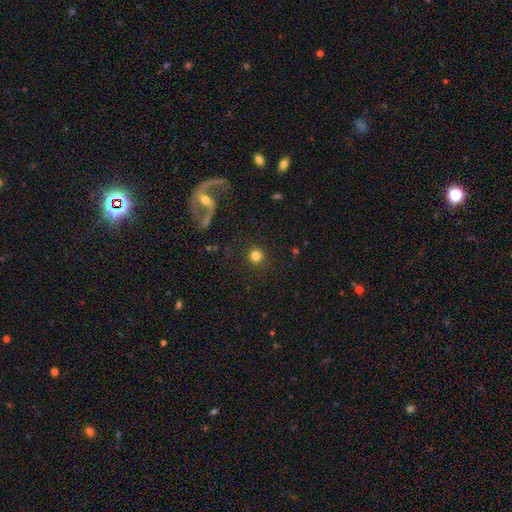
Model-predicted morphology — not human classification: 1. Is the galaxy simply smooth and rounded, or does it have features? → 78% smooth, 13% star or artifact, 10% featured or disk.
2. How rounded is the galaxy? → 95% round, 4% in between, 1% cigar-shaped.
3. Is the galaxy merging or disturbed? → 90% none, 6% minor disturbance, 3% major disturbance, 2% merger.